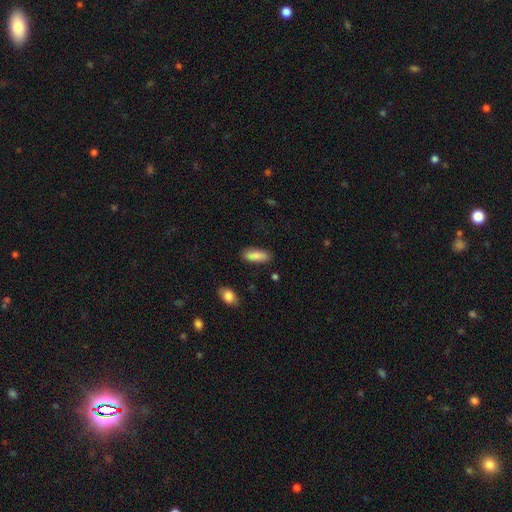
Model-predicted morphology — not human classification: This appears to be a smooth galaxy with no disk features (84%) that is in between round and cigar-shaped (73%). Merging: none (84%).